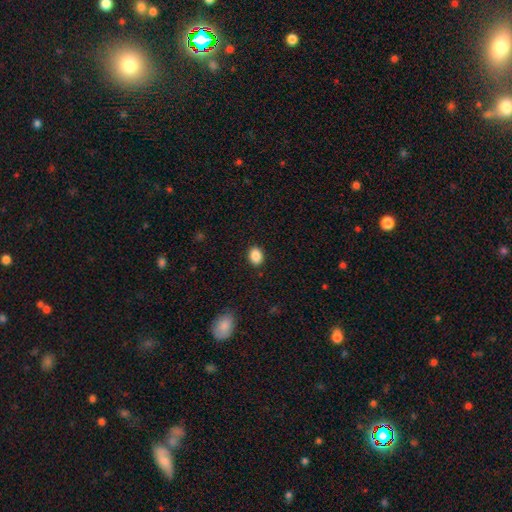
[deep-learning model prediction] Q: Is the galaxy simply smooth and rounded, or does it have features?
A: smooth — 88%.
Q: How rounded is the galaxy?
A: in between — 62%.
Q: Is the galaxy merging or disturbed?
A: none — 90%.